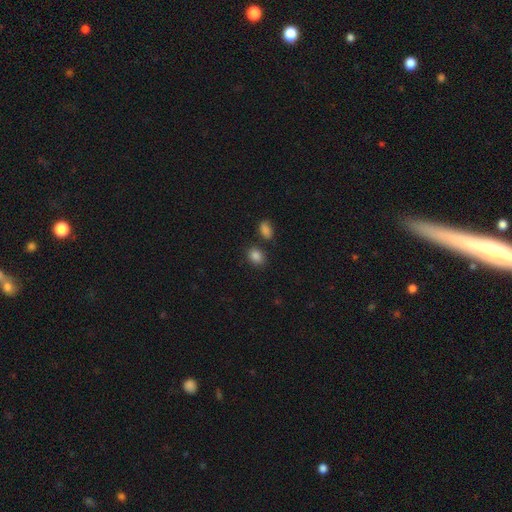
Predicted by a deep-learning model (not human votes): smooth-or-featured: smooth: 86% | star or artifact: 10% | featured or disk: 4%
  how-rounded: in between: 62% | round: 37% | cigar-shaped: 1%
  merging: none: 76% | minor disturbance: 11% | merger: 9% | major disturbance: 3%